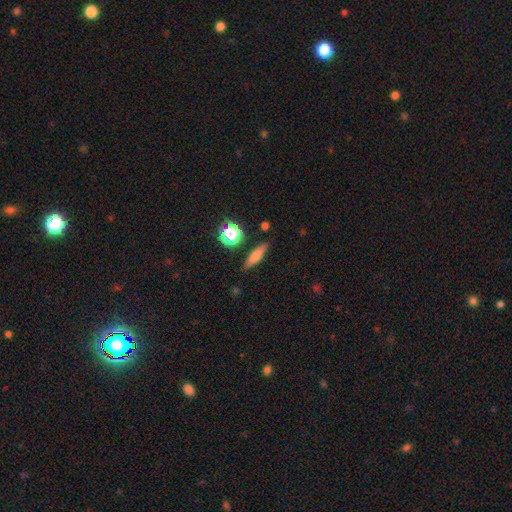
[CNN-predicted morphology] Q: Smooth or featured?
A: smooth (66%); runner-up: featured or disk (23%)
Q: How rounded?
A: cigar-shaped (66%); runner-up: in between (25%)
Q: Merging?
A: none (85%); runner-up: minor disturbance (9%)